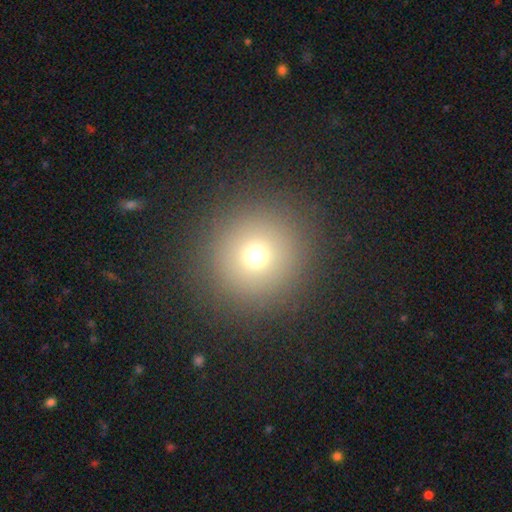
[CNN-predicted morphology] The model was most divided on "smooth or featured": smooth: 70%, star or artifact: 19%, featured or disk: 11%. More confident: how rounded — round (95%); merging — none (90%).